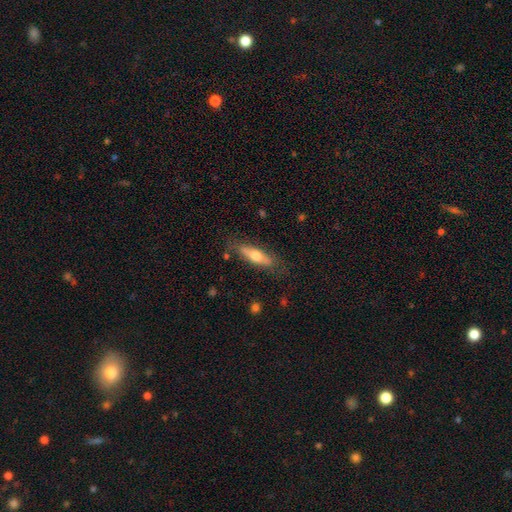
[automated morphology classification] smooth-or-featured: smooth: 56% | featured or disk: 39% | star or artifact: 6%
  how-rounded: cigar-shaped: 57% | in between: 41% | round: 2%
  merging: none: 77% | minor disturbance: 16% | major disturbance: 5% | merger: 2%